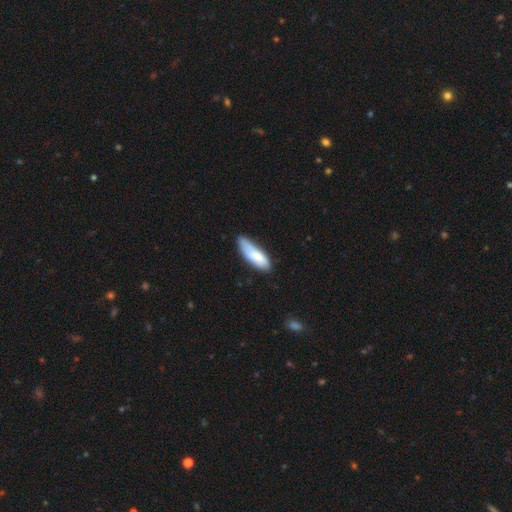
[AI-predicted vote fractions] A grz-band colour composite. It shows a smooth galaxy with no disk features (78%) that is in between round and cigar-shaped (54%). Merging: none (50%).